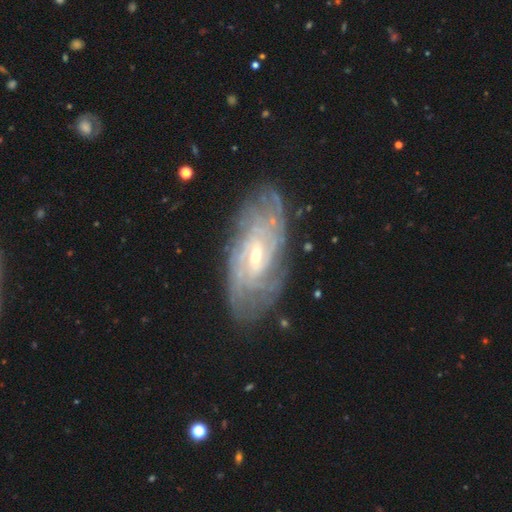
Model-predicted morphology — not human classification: Smooth or featured? featured or disk (85%)
Edge-on disk? no (93%)
Bar? weak (50%)
Spiral arms? yes (95%)
Spiral winding? tight (75%)
Spiral arm count? can't tell (45%)
Bulge size? small (58%)
Merging? none (79%)